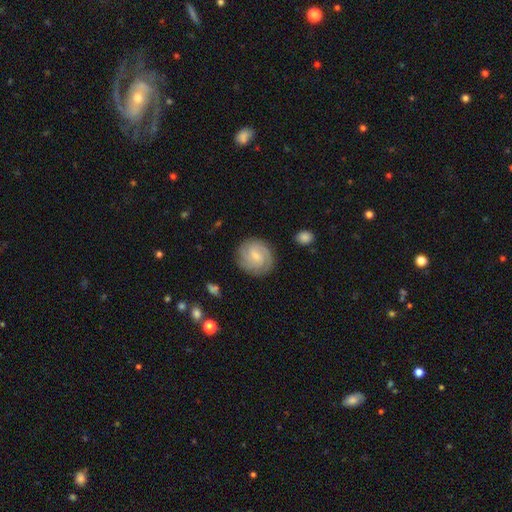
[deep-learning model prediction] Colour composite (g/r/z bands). It shows a featured or disk galaxy (64%) with a weak bar (54%), 2 (30%) tight (60%) spiral arms (93%) and a small central bulge (65%). Merging: none (83%).